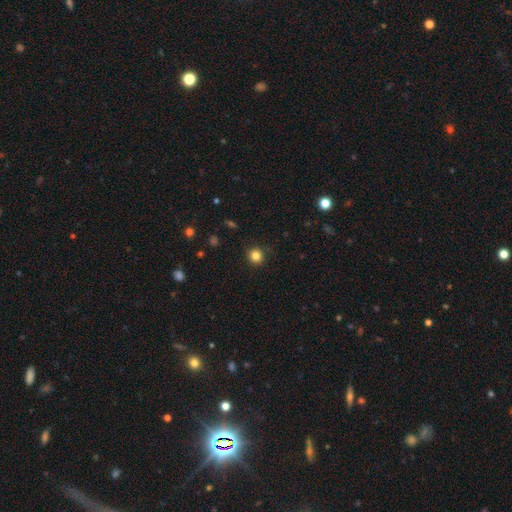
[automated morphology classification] smooth_or_featured: smooth (p=0.83) [alt: star or artifact p=0.12]
how_rounded: round (p=0.91) [alt: in between p=0.08]
merging: none (p=0.90) [alt: minor disturbance p=0.07]